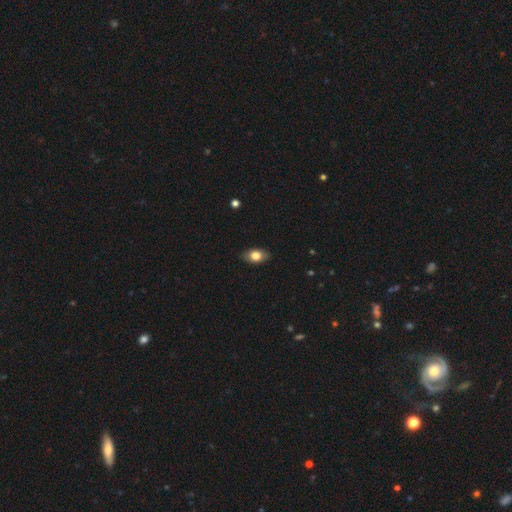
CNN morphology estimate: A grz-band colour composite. It shows a smooth galaxy with no disk features (77%) that is in between round and cigar-shaped (85%). Merging: none (84%).